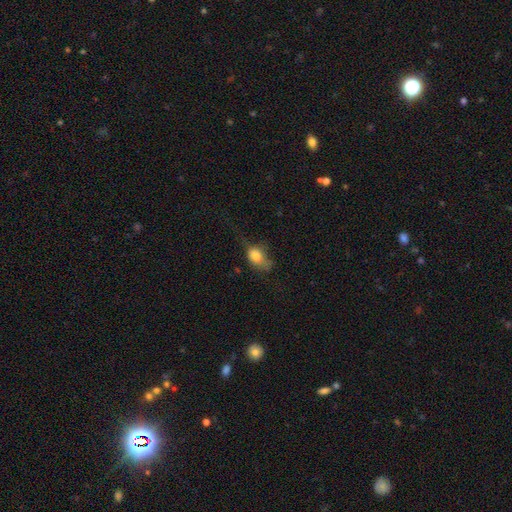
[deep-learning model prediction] Smooth or featured? Predicted: smooth (p=0.76). How rounded? Predicted: in between (p=0.72). Merging? Predicted: major disturbance (p=0.35).